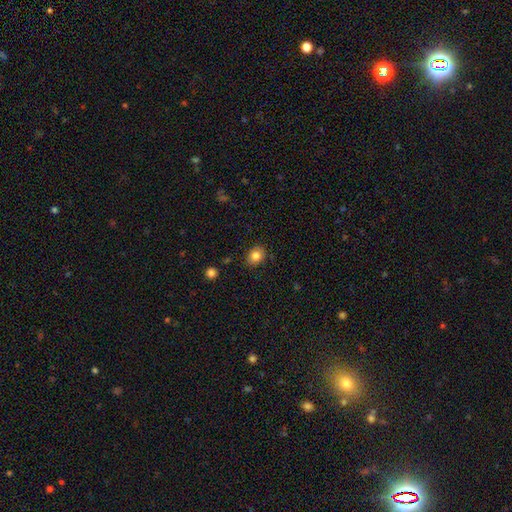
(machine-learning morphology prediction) Smooth or featured: smooth — 83% (star or artifact — 10%)
How rounded: in between — 51% (round — 48%)
Merging: none — 85% (minor disturbance — 11%)